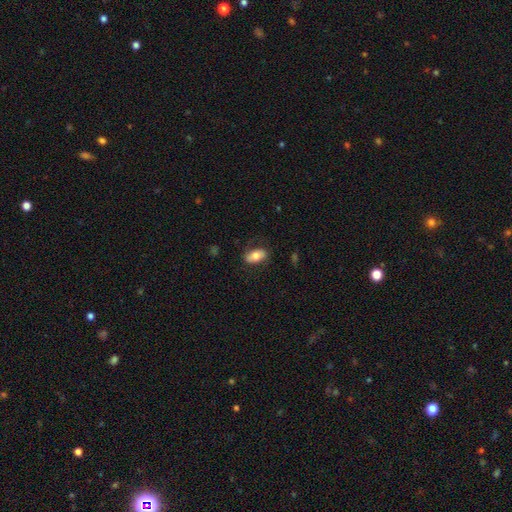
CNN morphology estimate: type=smooth (69%); roundness=in between (91%); merging=none (74%).